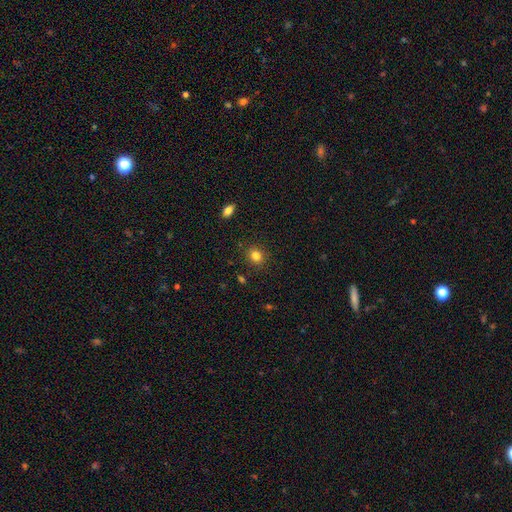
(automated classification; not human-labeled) Q: Smooth or featured?
A: smooth (83%); runner-up: star or artifact (11%)
Q: How rounded?
A: round (65%); runner-up: in between (34%)
Q: Merging?
A: none (87%); runner-up: minor disturbance (9%)